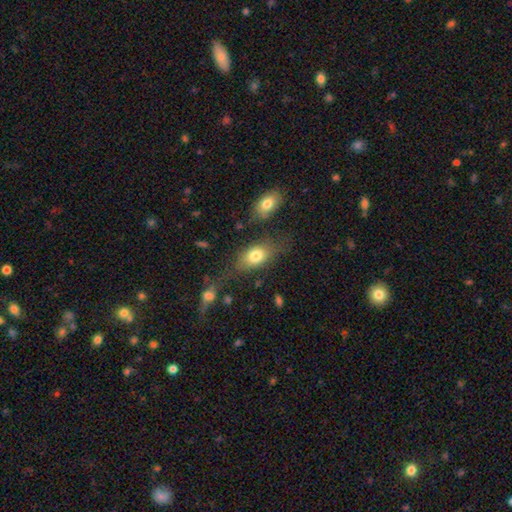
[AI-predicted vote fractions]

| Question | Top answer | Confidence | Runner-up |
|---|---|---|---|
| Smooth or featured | smooth | 77% | featured or disk (14%) |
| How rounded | in between | 82% | round (14%) |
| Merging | none | 60% | minor disturbance (19%) |